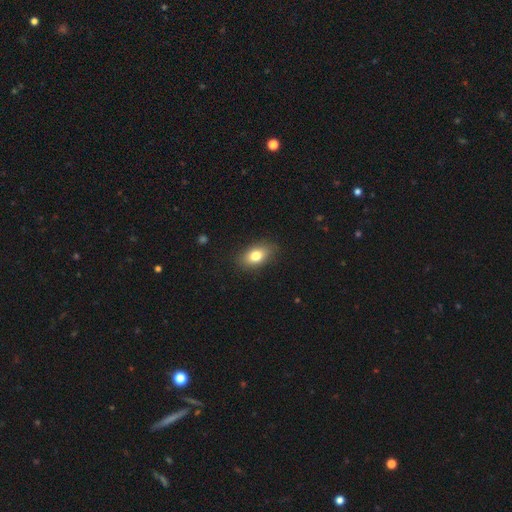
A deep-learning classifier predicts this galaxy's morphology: type=smooth (77%); roundness=in between (85%); merging=none (85%).